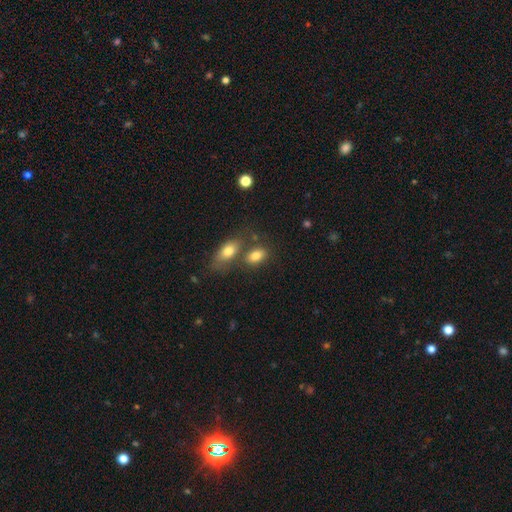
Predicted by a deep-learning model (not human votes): The model was most divided on "merging": none: 54%, merger: 30%, minor disturbance: 12%, major disturbance: 5%. More confident: how rounded — in between (85%); smooth or featured — smooth (81%).